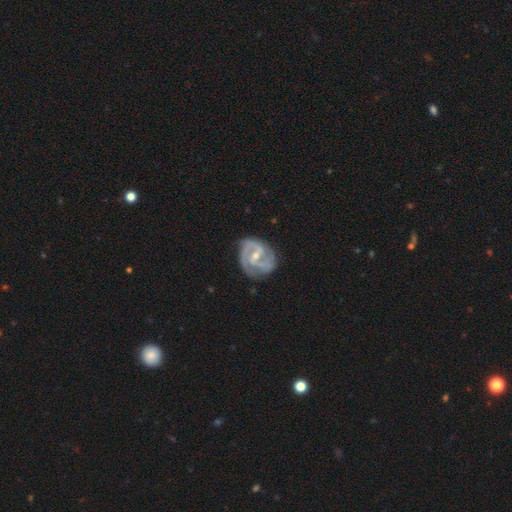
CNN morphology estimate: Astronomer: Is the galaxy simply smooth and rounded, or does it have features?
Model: featured or disk — 89%.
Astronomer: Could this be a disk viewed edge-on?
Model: no — 98%.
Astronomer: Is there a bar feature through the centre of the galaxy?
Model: weak — 52%.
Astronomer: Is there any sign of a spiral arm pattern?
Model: yes — 96%.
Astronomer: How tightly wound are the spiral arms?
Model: medium — 50% (runner-up: tight, 37%).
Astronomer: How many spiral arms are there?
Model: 2 — 67%.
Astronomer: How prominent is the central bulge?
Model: small — 51% (runner-up: moderate, 46%).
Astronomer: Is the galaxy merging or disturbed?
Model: none — 67%.